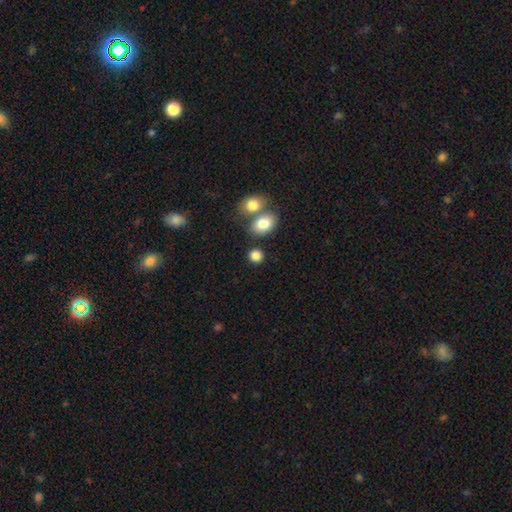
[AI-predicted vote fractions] Smooth or featured: smooth — 84% (star or artifact — 10%)
How rounded: round — 69% (in between — 30%)
Merging: none — 70% (merger — 17%)